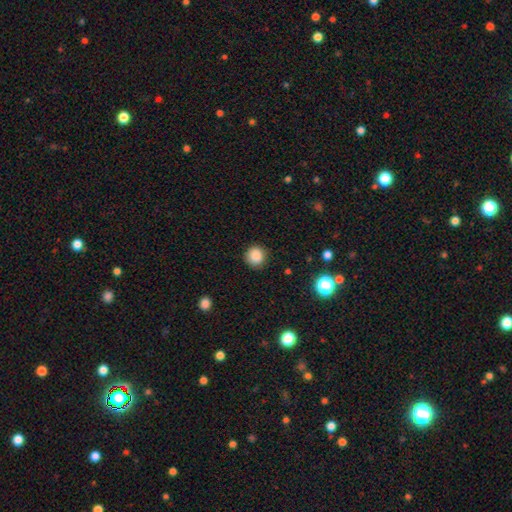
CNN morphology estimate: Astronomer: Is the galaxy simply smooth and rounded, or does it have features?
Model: smooth — 86%.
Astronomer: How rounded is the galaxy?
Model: round — 91%.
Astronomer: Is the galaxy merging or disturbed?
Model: none — 89%.